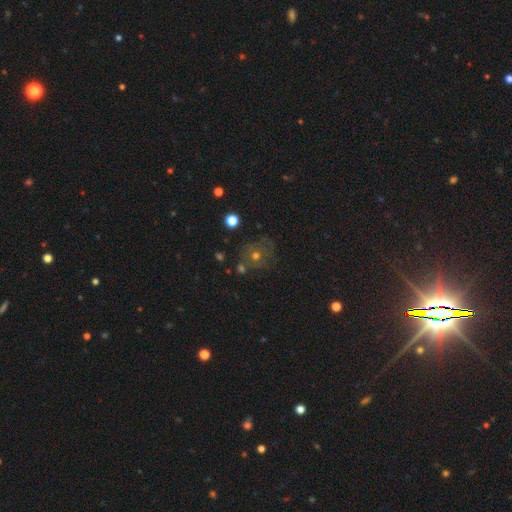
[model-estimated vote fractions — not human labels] smooth_or_featured: smooth (p=0.44) [alt: featured or disk p=0.30]
merging: none (p=0.66) [alt: minor disturbance p=0.16]